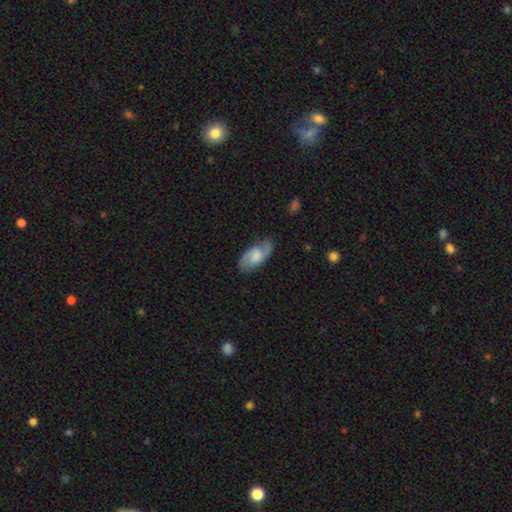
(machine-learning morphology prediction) A featured or disk galaxy (63%) with a weak bar (49%), 2 (87%) medium (50%) spiral arms (92%) and a moderate central bulge (35%).

Vote fractions:
- Smooth or featured? featured or disk: 63% / smooth: 31% / star or artifact: 6%
- Edge-on disk? no: 95% / yes: 5%
- Bar? weak: 49% / no: 41% / strong: 10%
- Spiral arms? yes: 92% / no: 8%
- Spiral winding? medium: 50% / loose: 28% / tight: 22%
- Spiral arm count? 2: 87% / can't tell: 7% / 1: 3% / 3: 1% / 4: 1% / more than 4: 1%
- Bulge size? moderate: 35% / small: 26% / none: 22% / large: 14% / dominant: 2%
- Merging? none: 78% / minor disturbance: 16% / major disturbance: 4% / merger: 1%